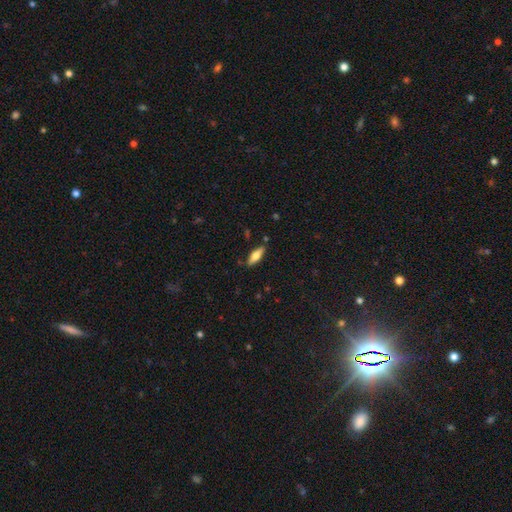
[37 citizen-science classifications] smooth_or_featured: featured or disk (p=0.49) [alt: smooth p=0.46]
disk_edge_on: yes (p=0.89) [alt: no p=0.11]
edge_on_bulge: rounded (p=0.94) [alt: boxy p=0.06]
merging: none (p=0.86) [alt: minor disturbance p=0.11]